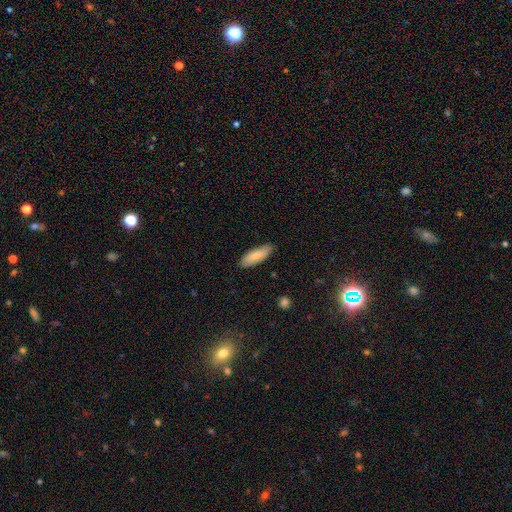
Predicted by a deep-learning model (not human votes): This appears to be a smooth galaxy with no disk features (79%) that is in between round and cigar-shaped (64%). Merging: none (86%).